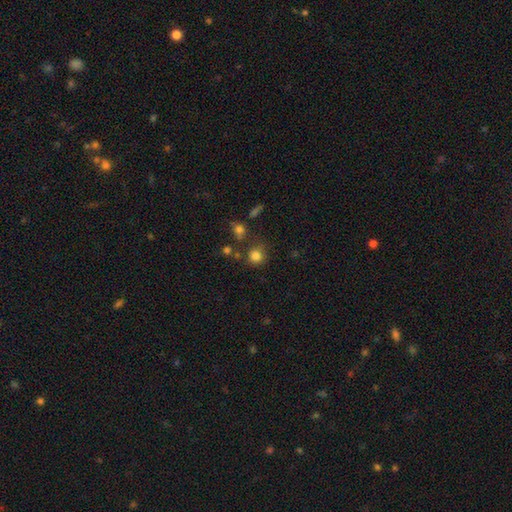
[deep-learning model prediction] This is clearly a smooth galaxy (81%). How rounded: clearly round (89%). Merging: likely none (72%).